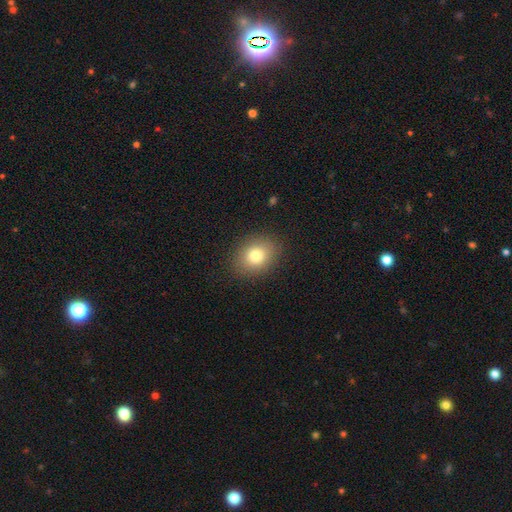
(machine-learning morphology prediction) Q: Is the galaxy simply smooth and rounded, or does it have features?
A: smooth — 79%.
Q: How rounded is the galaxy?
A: round — 50%.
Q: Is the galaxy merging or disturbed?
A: none — 88%.